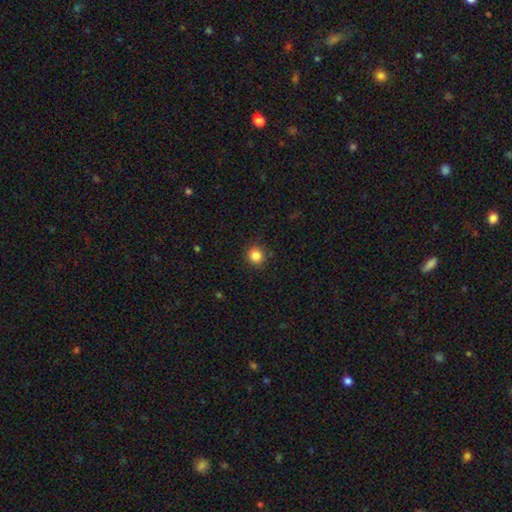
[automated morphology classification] Smooth or featured?
  - smooth: 85% *
  - star or artifact: 11%
  - featured or disk: 4%
How rounded?
  - round: 91% *
  - in between: 8%
  - cigar-shaped: 1%
Merging?
  - none: 90% *
  - minor disturbance: 6%
  - major disturbance: 2%
  - merger: 1%